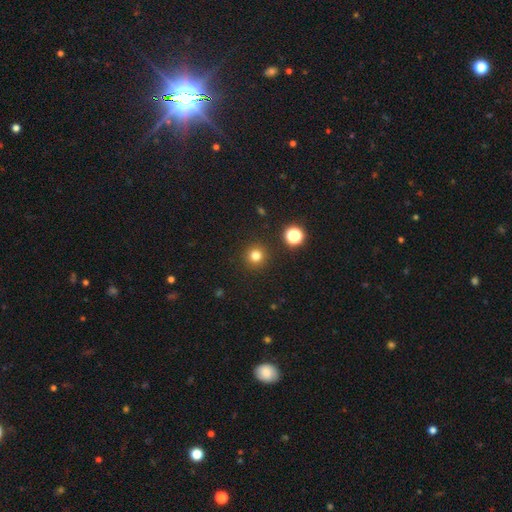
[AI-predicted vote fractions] A smooth galaxy with no disk features (78%) that is round (95%).

Vote fractions:
- Smooth or featured? smooth: 78% / star or artifact: 16% / featured or disk: 6%
- How rounded? round: 95% / in between: 4% / cigar-shaped: 1%
- Merging? none: 91% / minor disturbance: 5% / major disturbance: 2% / merger: 2%